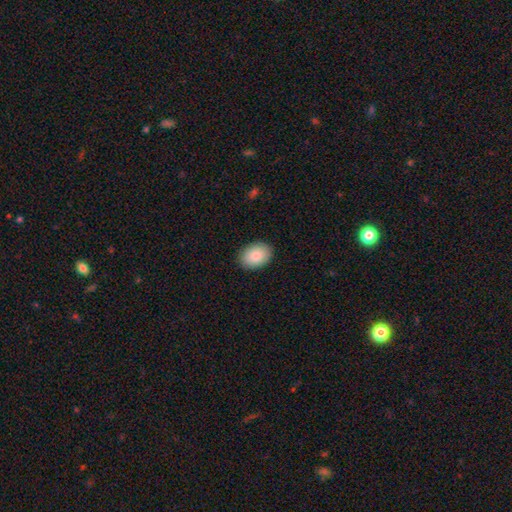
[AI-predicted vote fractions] Smooth or featured? smooth (88%)
How rounded? in between (83%)
Merging? none (89%)